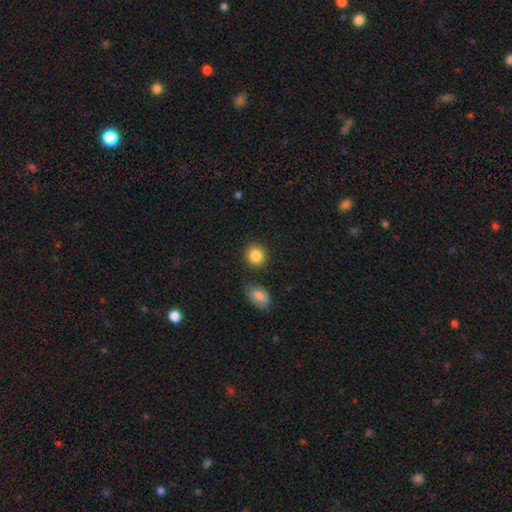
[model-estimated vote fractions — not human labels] Smooth or featured: smooth — 86% (star or artifact — 9%)
How rounded: round — 80% (in between — 19%)
Merging: none — 84% (minor disturbance — 9%)